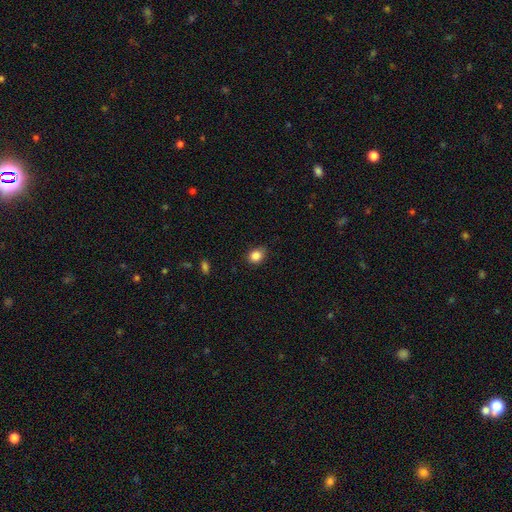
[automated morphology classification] smooth-or-featured: smooth: 86% | star or artifact: 10% | featured or disk: 4%
  how-rounded: round: 61% | in between: 38% | cigar-shaped: 1%
  merging: none: 77% | minor disturbance: 19% | major disturbance: 3% | merger: 1%